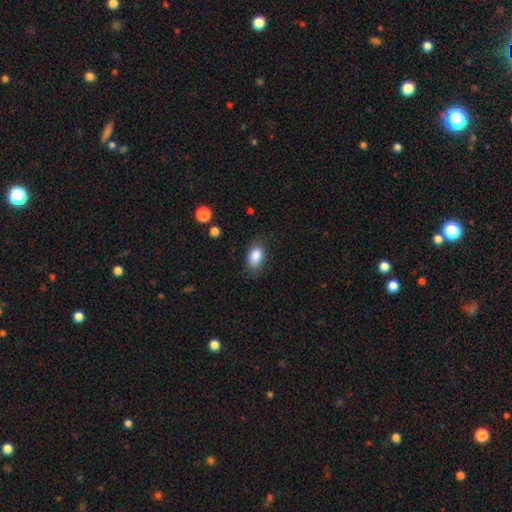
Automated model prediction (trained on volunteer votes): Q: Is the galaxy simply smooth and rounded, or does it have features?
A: smooth — 87%.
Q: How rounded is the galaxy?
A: in between — 89%.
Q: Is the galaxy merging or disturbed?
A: none — 80%.